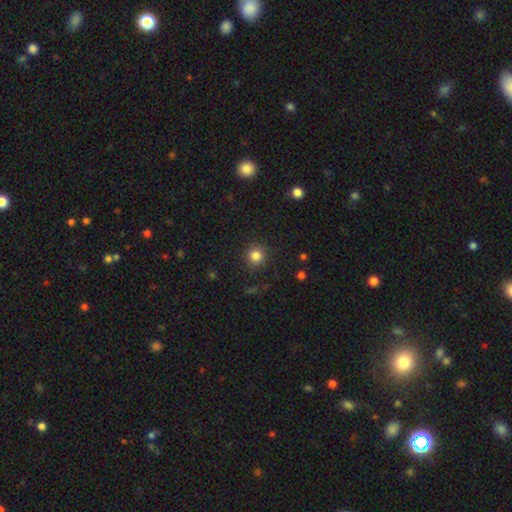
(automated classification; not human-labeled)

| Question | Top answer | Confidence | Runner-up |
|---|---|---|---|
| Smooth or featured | smooth | 82% | star or artifact (12%) |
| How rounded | round | 92% | in between (7%) |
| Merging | none | 88% | minor disturbance (8%) |